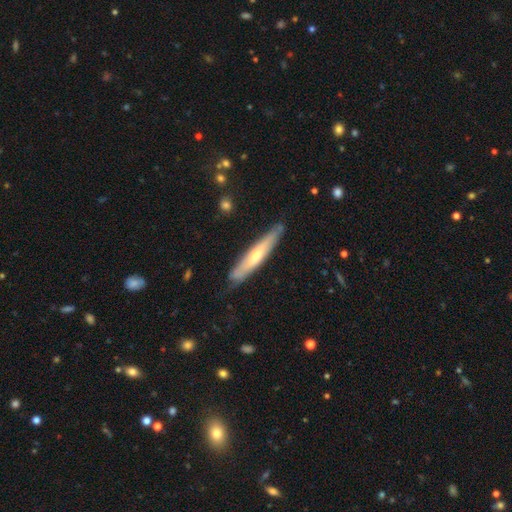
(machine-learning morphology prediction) The model was most divided on "smooth or featured": featured or disk: 49%, smooth: 46%, star or artifact: 5%. More confident: merging — none (77%).